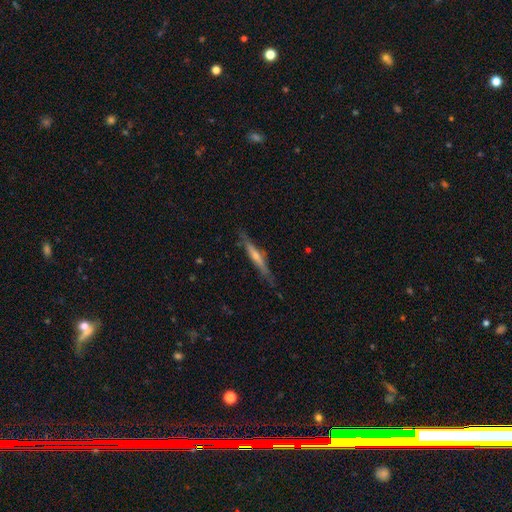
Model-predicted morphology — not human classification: featured or disk 68%, smooth 26%, star or artifact 6%. Down the decision tree: edge-on disk — yes (94%); edge-on bulge — rounded (64%); merging — none (80%).